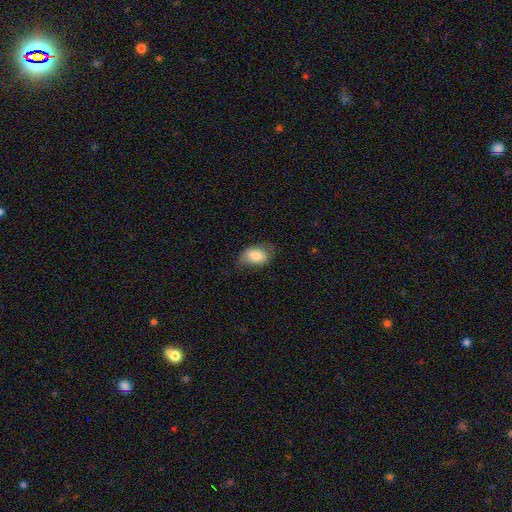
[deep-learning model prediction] This appears to be a smooth galaxy with no disk features (83%) that is in between round and cigar-shaped (90%). Merging: none (63%).